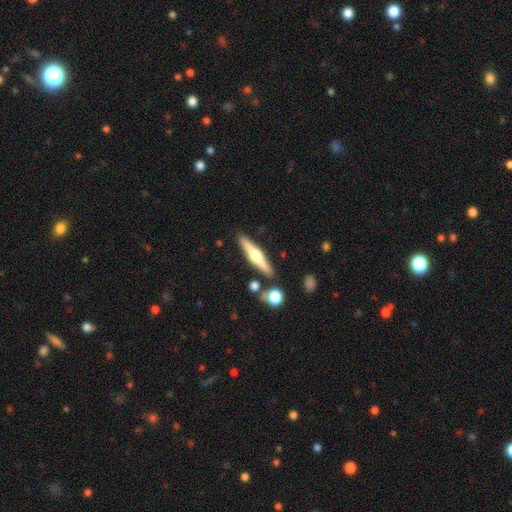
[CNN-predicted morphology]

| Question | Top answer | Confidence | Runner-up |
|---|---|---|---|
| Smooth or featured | featured or disk | 67% | smooth (27%) |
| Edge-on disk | yes | 97% | no (3%) |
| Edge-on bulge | rounded | 94% | boxy (4%) |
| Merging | none | 85% | minor disturbance (8%) |